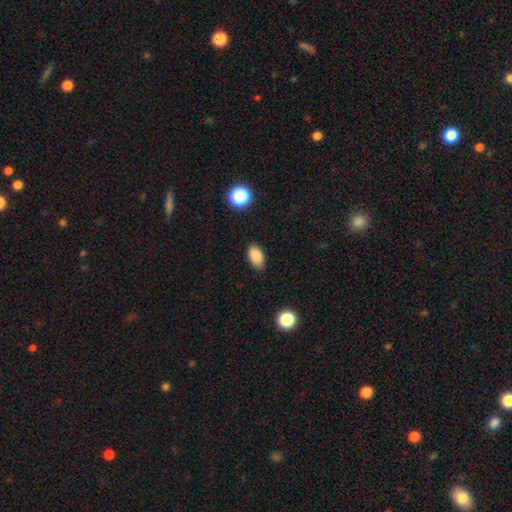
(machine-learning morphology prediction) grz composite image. It shows a smooth galaxy with no disk features (87%) that is in between round and cigar-shaped (92%). Merging: none (84%).